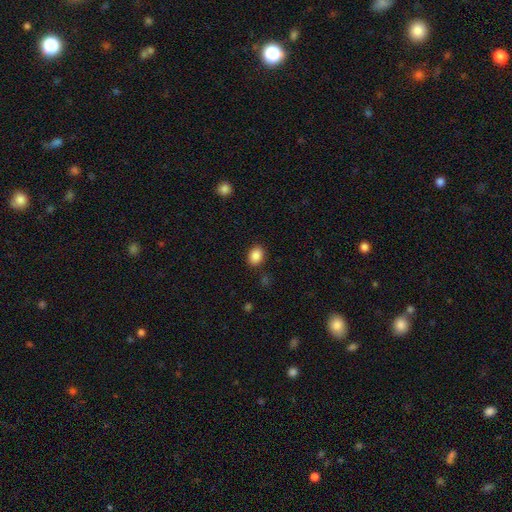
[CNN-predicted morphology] type=smooth (88%); roundness=in between (67%); merging=none (87%).